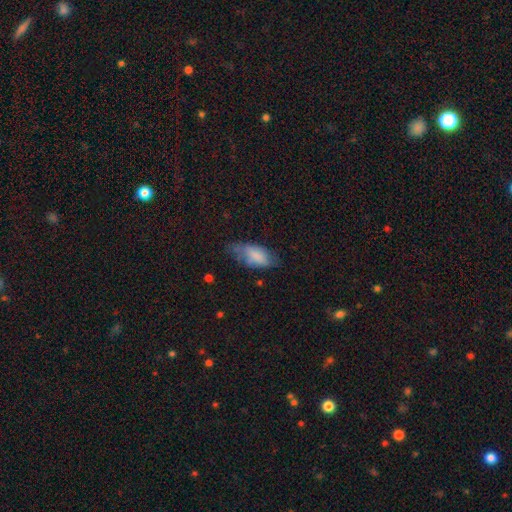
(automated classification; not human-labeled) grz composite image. It shows a smooth galaxy with no disk features (72%) that is in between round and cigar-shaped (86%). Merging: none (43%).